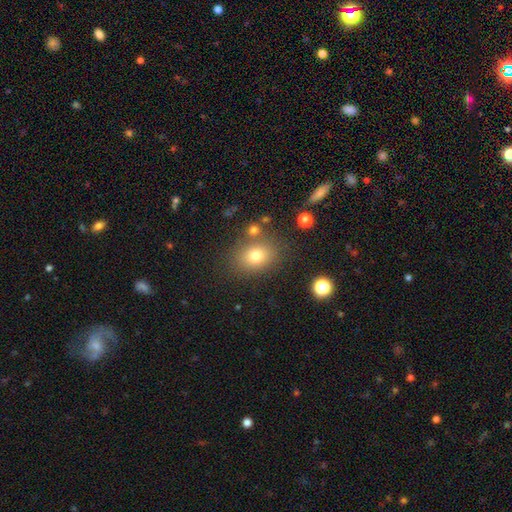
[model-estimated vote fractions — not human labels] Smooth or featured?
  - smooth: 76% *
  - star or artifact: 14%
  - featured or disk: 11%
How rounded?
  - in between: 56% *
  - round: 43%
  - cigar-shaped: 1%
Merging?
  - none: 76% *
  - minor disturbance: 12%
  - merger: 7%
  - major disturbance: 5%